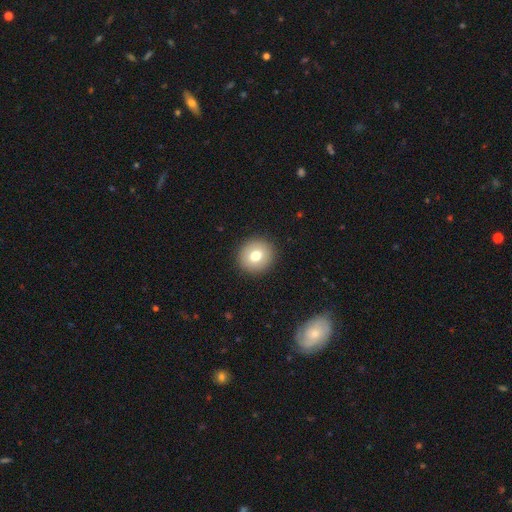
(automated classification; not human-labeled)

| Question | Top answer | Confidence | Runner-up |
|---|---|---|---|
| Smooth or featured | smooth | 75% | featured or disk (16%) |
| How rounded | round | 90% | in between (9%) |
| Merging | none | 92% | minor disturbance (5%) |